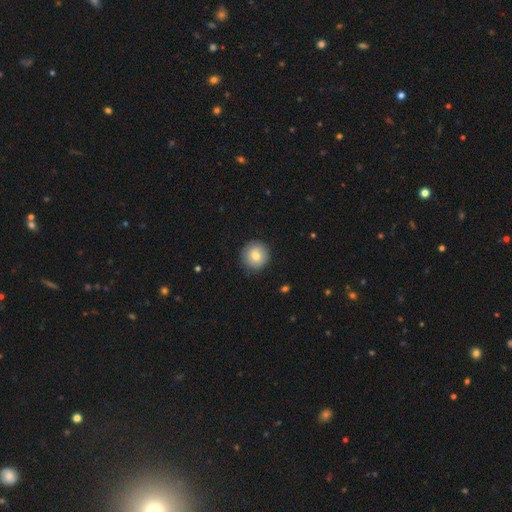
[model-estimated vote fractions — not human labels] This appears to be a smooth galaxy with no disk features (80%) that is round (94%). Merging: none (90%).